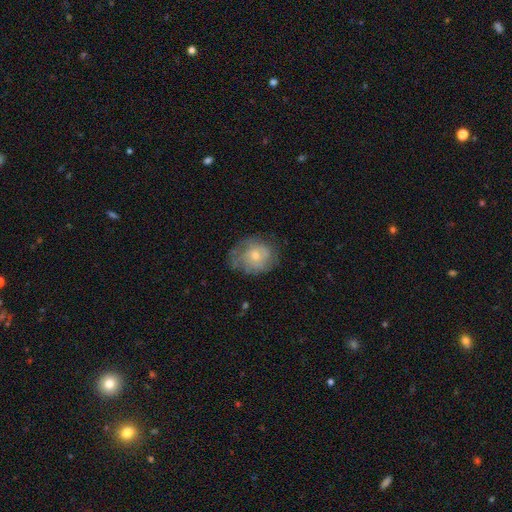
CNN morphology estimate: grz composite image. It shows a featured or disk galaxy (53%) with no bar (78%), spiral arms (71%) and a small central bulge (53%). Merging: none (58%).